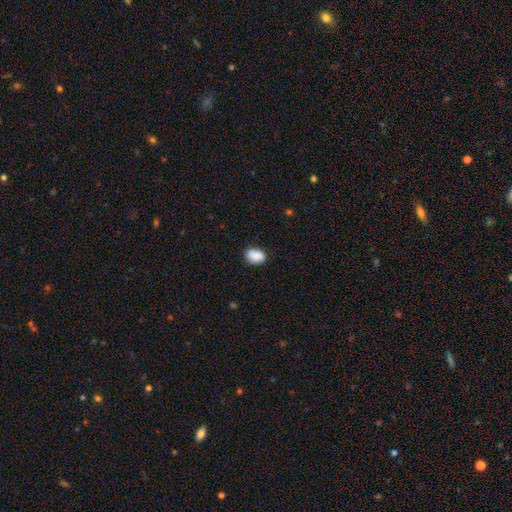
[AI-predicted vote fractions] A smooth galaxy with no disk features (87%) that is in between round and cigar-shaped (76%). Merging: none (80%).